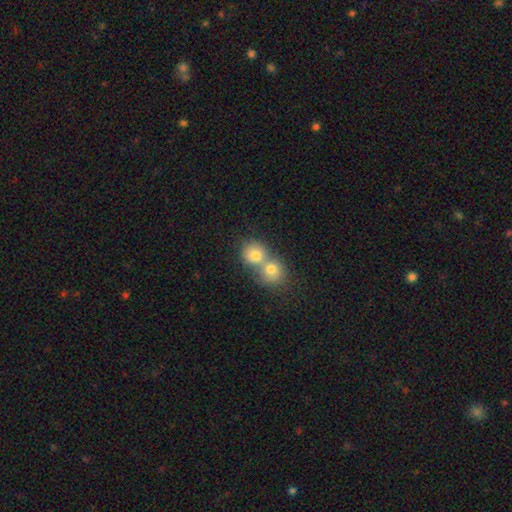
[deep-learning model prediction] A smooth galaxy with no disk features (75%) that is round (80%).

Vote fractions:
- Smooth or featured? smooth: 75% / featured or disk: 13% / star or artifact: 12%
- How rounded? round: 80% / in between: 19% / cigar-shaped: 1%
- Merging? merger: 65% / none: 29% / minor disturbance: 4% / major disturbance: 2%